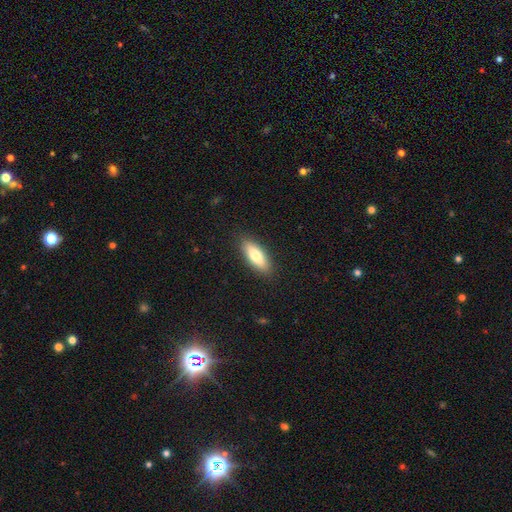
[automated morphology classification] A smooth galaxy with no disk features (75%) that is in between round and cigar-shaped (60%). Merging: none (88%).